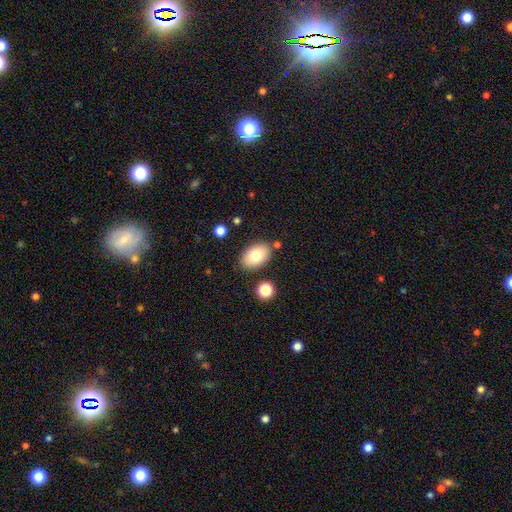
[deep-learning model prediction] Smooth or featured? Predicted: smooth (p=0.78). How rounded? Predicted: in between (p=0.89). Merging? Predicted: none (p=0.82).